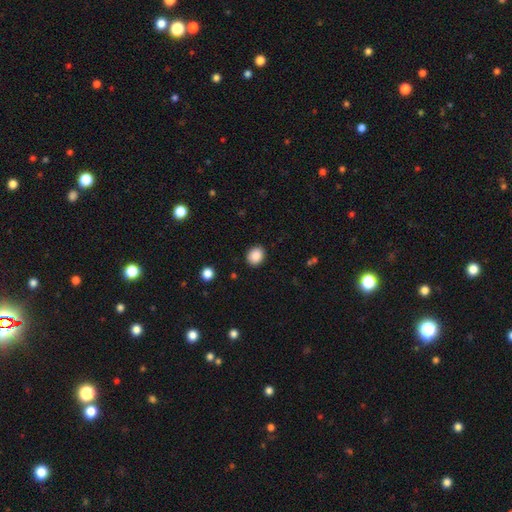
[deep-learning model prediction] Overall: smooth (88%). How rounded: round (56%; in between 43%). Merging: none (90%).